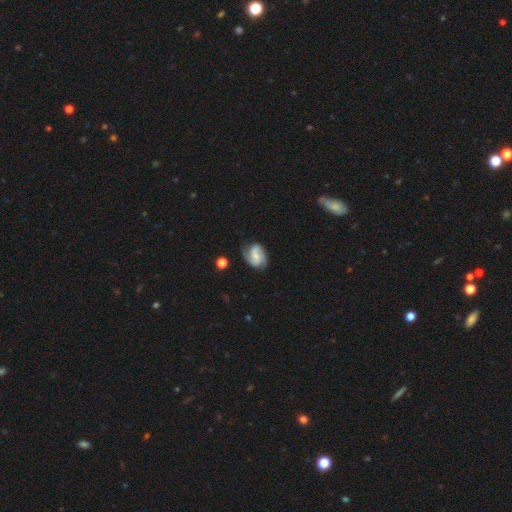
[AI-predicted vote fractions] Q: Smooth or featured?
A: featured or disk (80%); runner-up: smooth (14%)
Q: Edge-on disk?
A: no (98%); runner-up: yes (2%)
Q: Bar?
A: weak (43%); runner-up: no (42%)
Q: Spiral arms?
A: yes (96%); runner-up: no (4%)
Q: Spiral winding?
A: medium (49%); runner-up: tight (30%)
Q: Spiral arm count?
A: 2 (74%); runner-up: 3 (14%)
Q: Bulge size?
A: small (52%); runner-up: moderate (34%)
Q: Merging?
A: none (75%); runner-up: minor disturbance (18%)